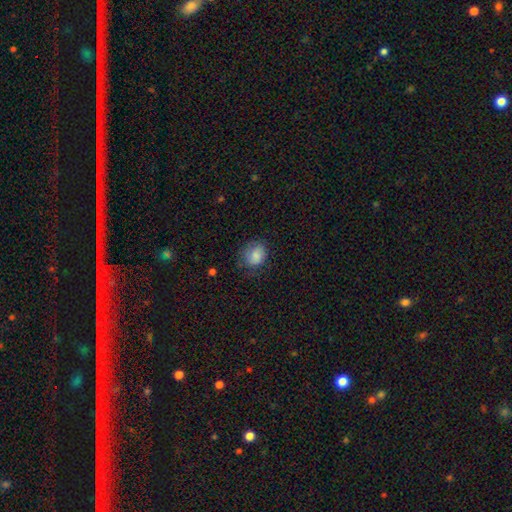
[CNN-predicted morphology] smooth 82%, featured or disk 10%, star or artifact 8%. Down the decision tree: how rounded — round (60%); merging — none (66%).